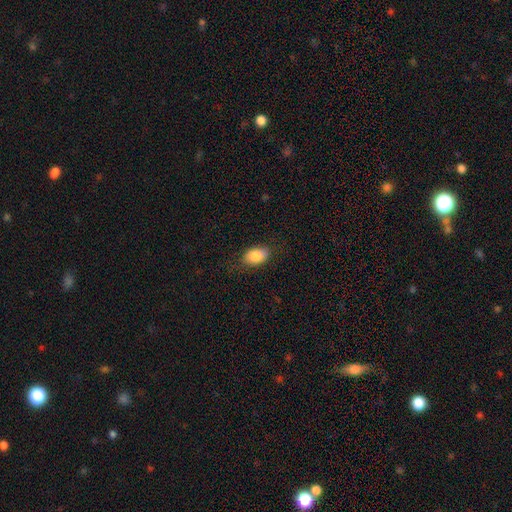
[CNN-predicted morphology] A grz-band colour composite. It shows a smooth galaxy with no disk features (85%) that is in between round and cigar-shaped (89%). Merging: none (78%).